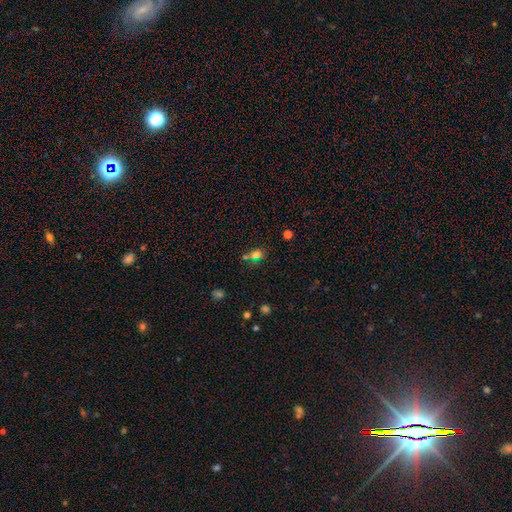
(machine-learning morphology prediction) This appears to be a smooth galaxy with no disk features (58%) that is in between round and cigar-shaped (48%). Merging: none (62%).